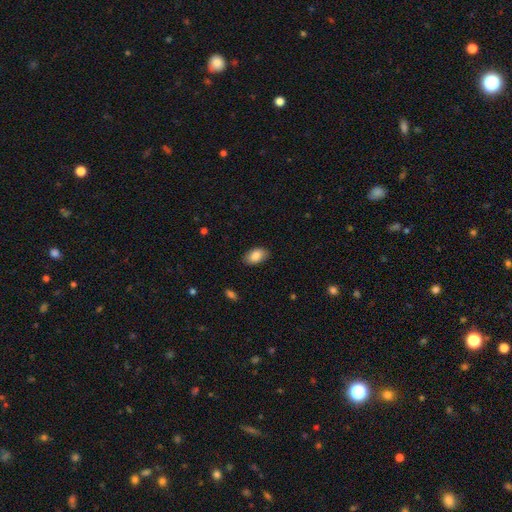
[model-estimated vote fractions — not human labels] This appears to be a smooth galaxy with no disk features (86%) that is in between round and cigar-shaped (93%). Merging: none (87%).